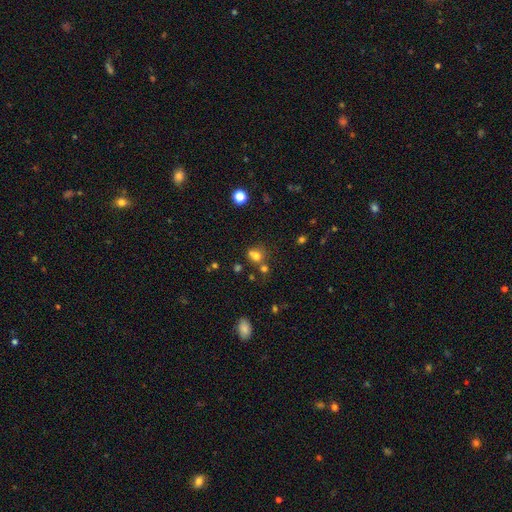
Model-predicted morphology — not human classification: A smooth galaxy with no disk features (70%) that is round (59%).

Vote fractions:
- Smooth or featured? smooth: 70% / star or artifact: 18% / featured or disk: 12%
- How rounded? round: 59% / in between: 39% / cigar-shaped: 2%
- Merging? none: 45% / merger: 31% / minor disturbance: 15% / major disturbance: 8%